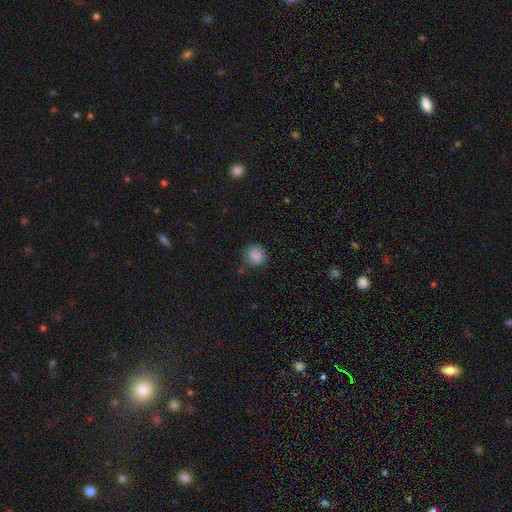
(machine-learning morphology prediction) Q: Smooth or featured?
A: smooth (75%); runner-up: featured or disk (16%)
Q: How rounded?
A: round (84%); runner-up: in between (15%)
Q: Merging?
A: none (73%); runner-up: minor disturbance (19%)